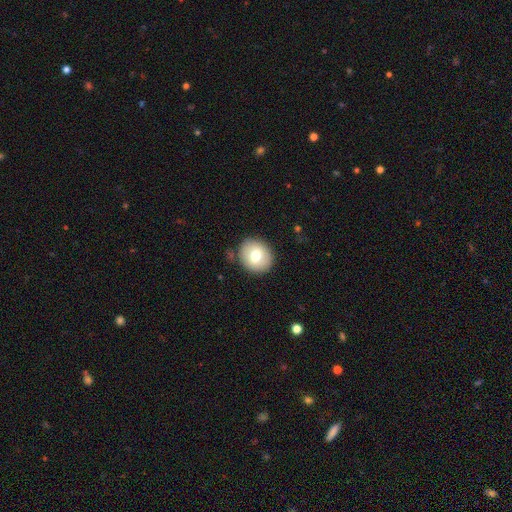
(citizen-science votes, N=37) Smooth or featured? smooth (76%)
How rounded? round (86%)
Merging? none (92%)